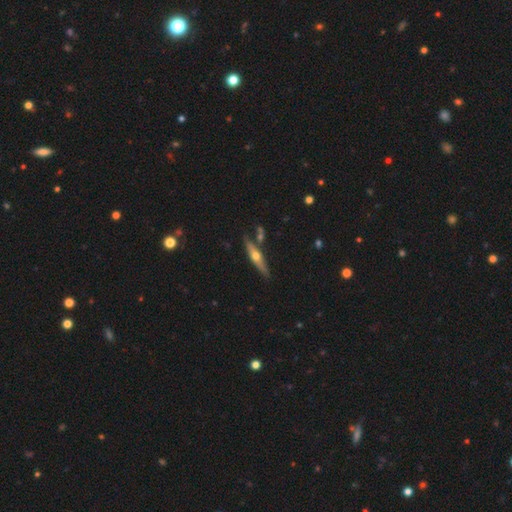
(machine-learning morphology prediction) The model was most divided on "smooth or featured": featured or disk: 61%, smooth: 33%, star or artifact: 6%. More confident: edge-on bulge — rounded (92%); edge-on disk — yes (91%); merging — none (78%).